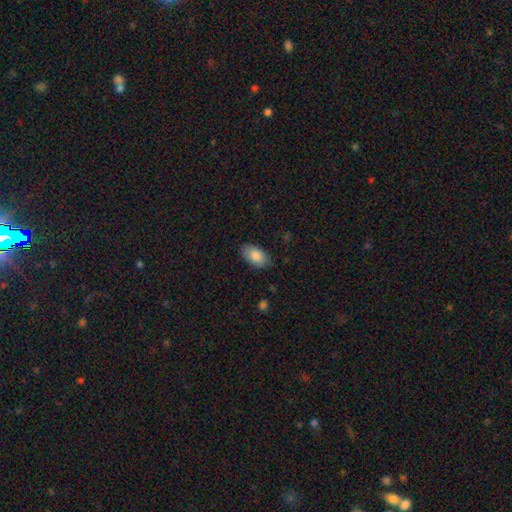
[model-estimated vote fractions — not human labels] Smooth or featured? smooth (86%)
How rounded? in between (94%)
Merging? none (83%)